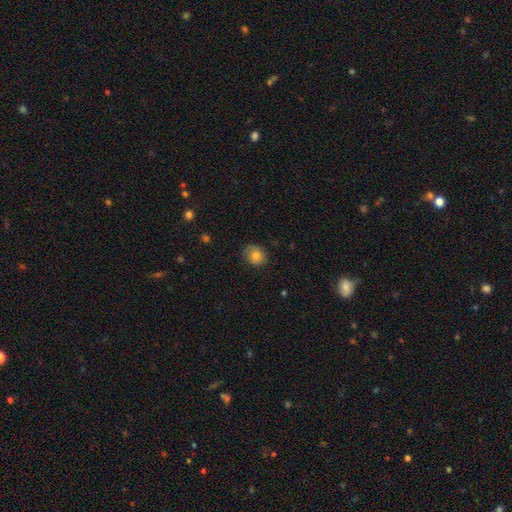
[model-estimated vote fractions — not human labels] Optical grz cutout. It shows a smooth galaxy with no disk features (75%) that is round (78%). Merging: none (71%).